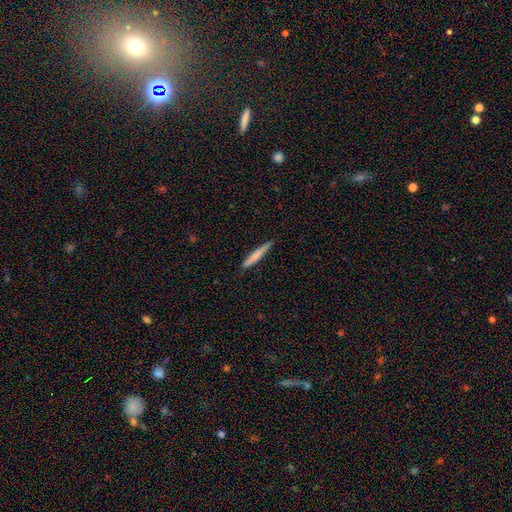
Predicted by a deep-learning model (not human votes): Smooth or featured? smooth (68%)
How rounded? cigar-shaped (96%)
Merging? none (88%)